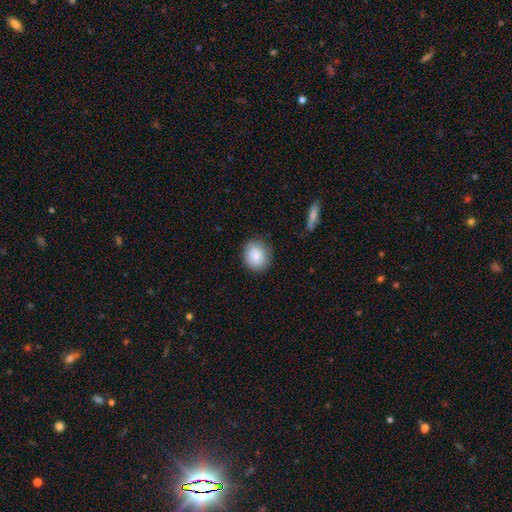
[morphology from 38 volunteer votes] A smooth galaxy with no disk features (89%) that is round (53%).

Vote fractions:
- Smooth or featured? smooth: 89% / featured or disk: 5% / star or artifact: 5%
- How rounded? round: 53% / in between: 41% / cigar-shaped: 6%
- Merging? none: 81% / minor disturbance: 19% / major disturbance: 0% / merger: 0%